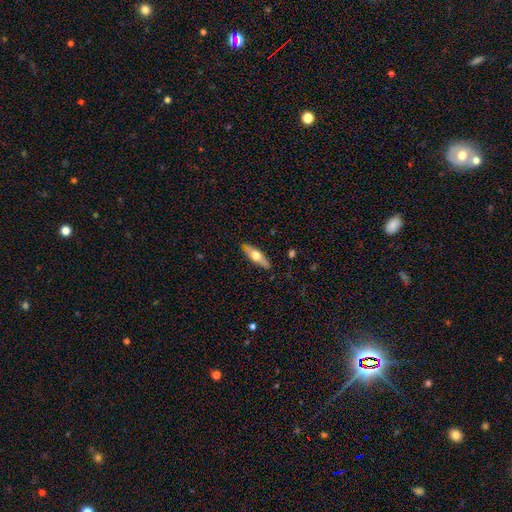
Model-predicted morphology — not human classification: The model was most divided on "how rounded": cigar-shaped: 51%, in between: 46%, round: 3%. More confident: merging — none (86%); smooth or featured — smooth (51%).